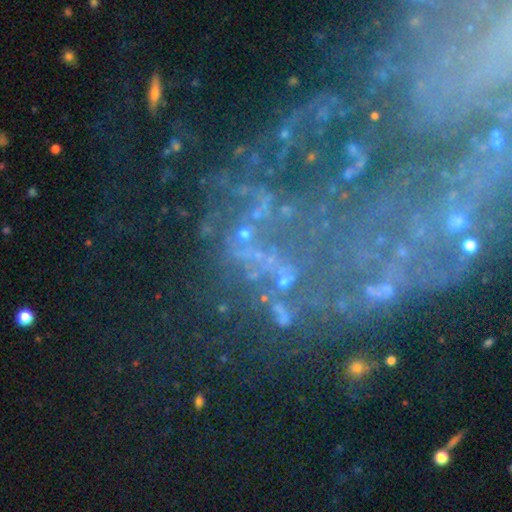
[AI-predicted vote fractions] Overall: featured or disk (42%; star or artifact 40%). Merging: none (45%; major disturbance 21%).